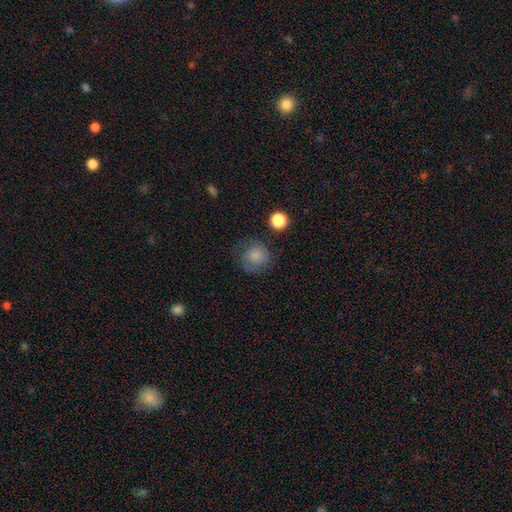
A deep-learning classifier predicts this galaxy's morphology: This is likely a smooth galaxy (74%). How rounded: clearly round (86%). Merging: likely none (66%).